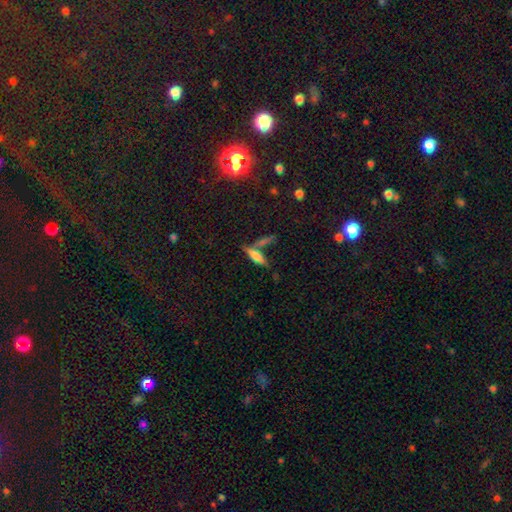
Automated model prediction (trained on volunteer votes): Smooth or featured? smooth (60%)
How rounded? cigar-shaped (65%)
Merging? none (51%)